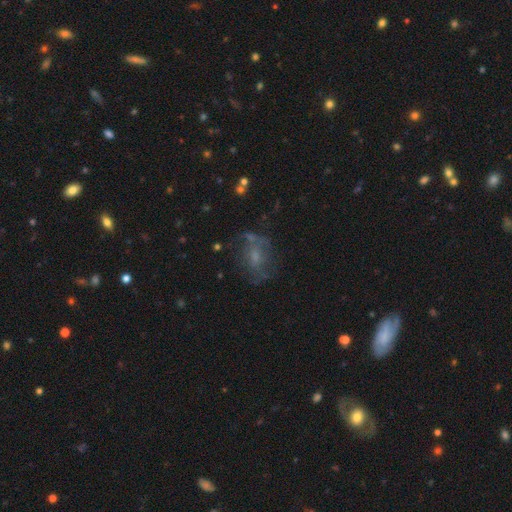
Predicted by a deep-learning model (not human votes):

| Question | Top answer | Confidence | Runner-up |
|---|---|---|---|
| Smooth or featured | featured or disk | 46% | smooth (37%) |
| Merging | none | 54% | major disturbance (21%) |